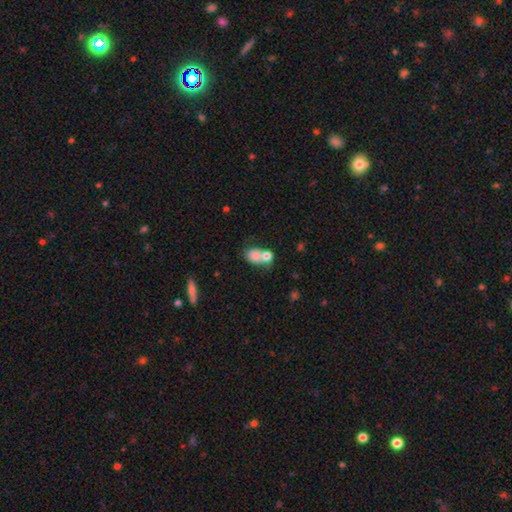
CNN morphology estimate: smooth 77%, featured or disk 13%, star or artifact 10%. Down the decision tree: how rounded — in between (57%); merging — merger (56%).